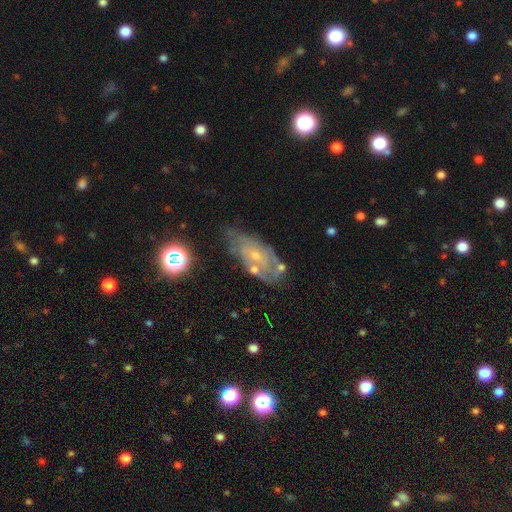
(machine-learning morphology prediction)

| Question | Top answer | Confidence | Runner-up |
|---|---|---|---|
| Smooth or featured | featured or disk | 63% | smooth (26%) |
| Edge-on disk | no | 91% | yes (9%) |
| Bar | no | 74% | weak (22%) |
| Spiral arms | yes | 58% | no (42%) |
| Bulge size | small | 66% | moderate (25%) |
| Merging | none | 51% | minor disturbance (29%) |